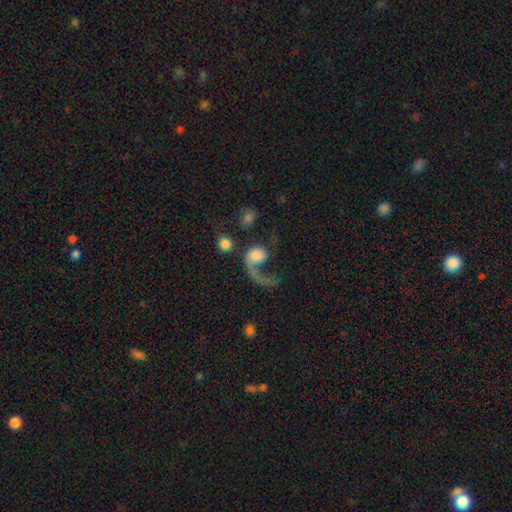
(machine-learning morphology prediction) Smooth or featured?
  - featured or disk: 53% *
  - smooth: 37%
  - star or artifact: 9%
Edge-on disk?
  - no: 97% *
  - yes: 3%
Bar?
  - no: 77% *
  - weak: 18%
  - strong: 4%
Spiral arms?
  - yes: 78% *
  - no: 22%
Bulge size?
  - moderate: 28% *
  - large: 22%
  - small: 21%
  - none: 18%
  - dominant: 11%
Merging?
  - major disturbance: 53% *
  - none: 21%
  - merger: 16%
  - minor disturbance: 10%